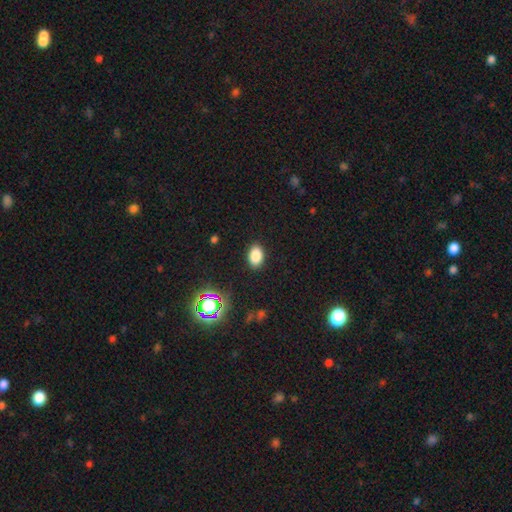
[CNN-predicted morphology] A smooth galaxy with no disk features (83%) that is in between round and cigar-shaped (86%).

Vote fractions:
- Smooth or featured? smooth: 83% / star or artifact: 12% / featured or disk: 5%
- How rounded? in between: 86% / round: 13% / cigar-shaped: 1%
- Merging? none: 88% / minor disturbance: 9% / major disturbance: 2% / merger: 1%